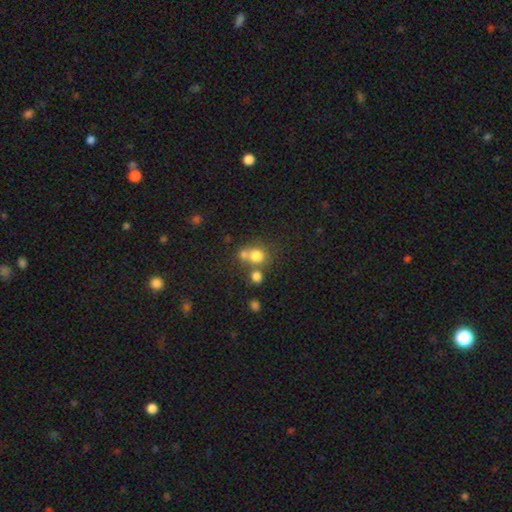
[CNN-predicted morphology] Smooth or featured? smooth (74%)
How rounded? round (81%)
Merging? none (47%)